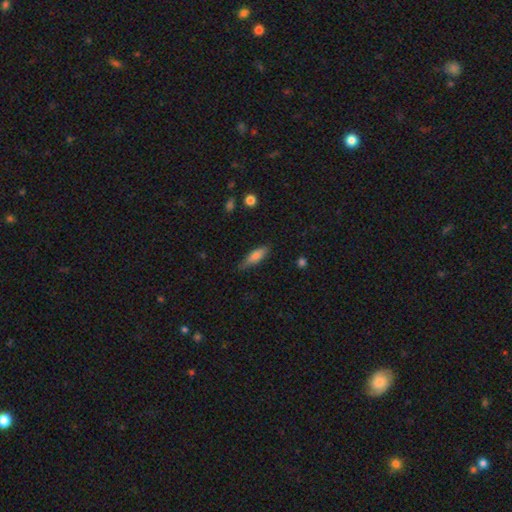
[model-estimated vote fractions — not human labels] Q: Smooth or featured?
A: smooth (73%); runner-up: featured or disk (20%)
Q: How rounded?
A: cigar-shaped (53%); runner-up: in between (45%)
Q: Merging?
A: none (76%); runner-up: minor disturbance (19%)